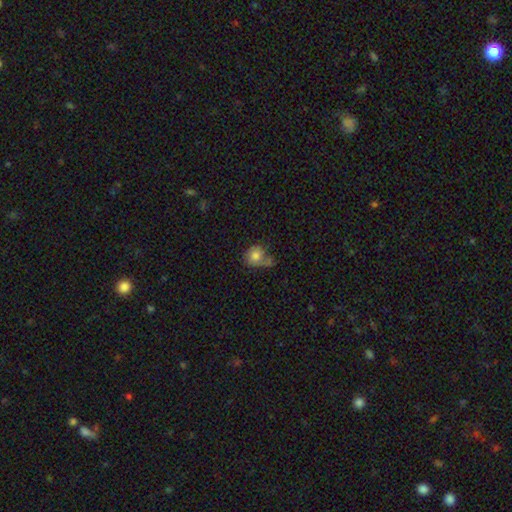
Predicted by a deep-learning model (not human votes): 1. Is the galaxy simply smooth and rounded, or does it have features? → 75% smooth, 16% featured or disk, 9% star or artifact.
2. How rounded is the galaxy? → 68% round, 31% in between, 1% cigar-shaped.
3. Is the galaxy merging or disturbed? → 38% none, 24% minor disturbance, 19% major disturbance, 18% merger.